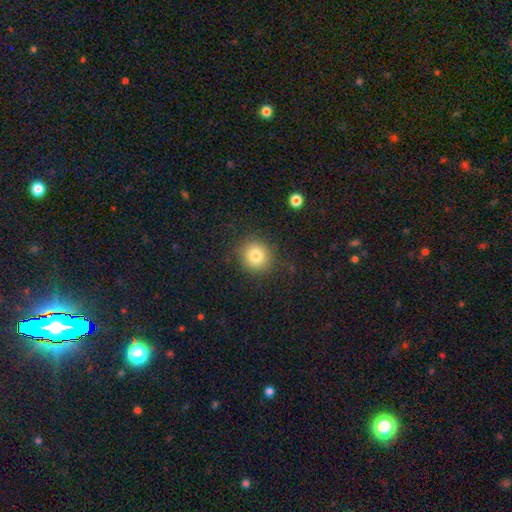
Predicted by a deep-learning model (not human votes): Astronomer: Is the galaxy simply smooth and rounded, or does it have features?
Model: smooth — 80%.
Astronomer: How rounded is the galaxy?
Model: round — 89%.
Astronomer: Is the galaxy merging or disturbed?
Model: none — 88%.